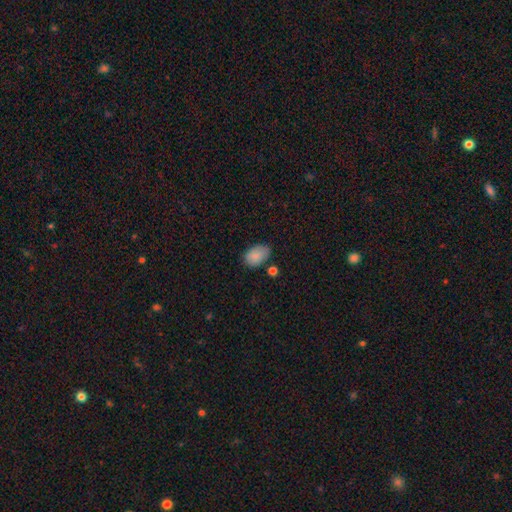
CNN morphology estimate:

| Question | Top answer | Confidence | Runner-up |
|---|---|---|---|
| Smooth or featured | smooth | 86% | star or artifact (8%) |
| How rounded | in between | 88% | round (11%) |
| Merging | none | 68% | minor disturbance (21%) |